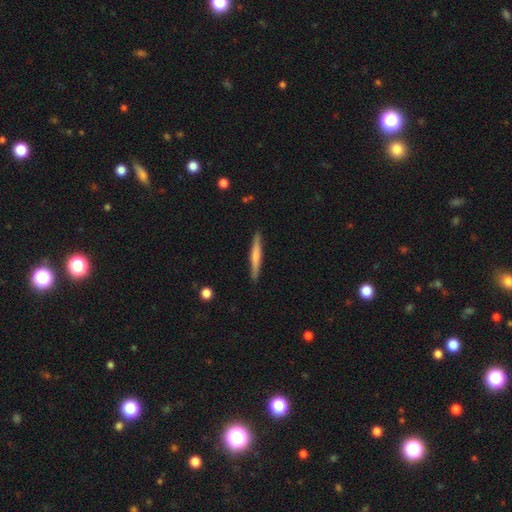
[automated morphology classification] Smooth or featured?
  - smooth: 54% *
  - featured or disk: 41%
  - star or artifact: 5%
How rounded?
  - cigar-shaped: 95% *
  - in between: 4%
  - round: 1%
Merging?
  - none: 90% *
  - minor disturbance: 7%
  - major disturbance: 1%
  - merger: 1%